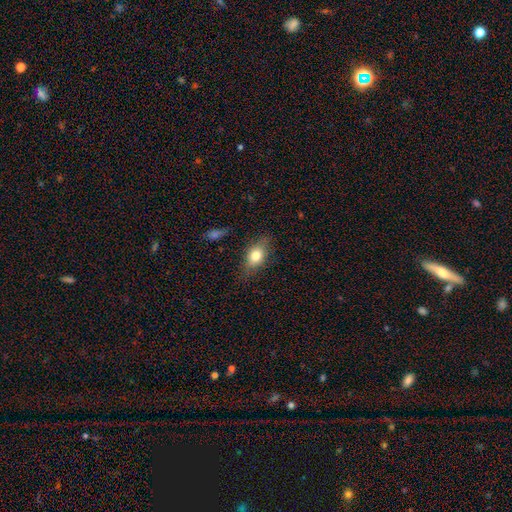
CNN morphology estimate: A smooth galaxy with no disk features (73%) that is in between round and cigar-shaped (77%). Merging: none (77%).